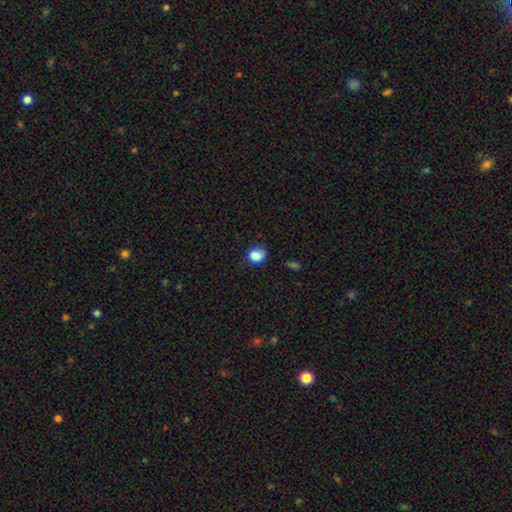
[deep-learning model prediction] Morphology: type=smooth (85%); roundness=round (53%); merging=none (67%).